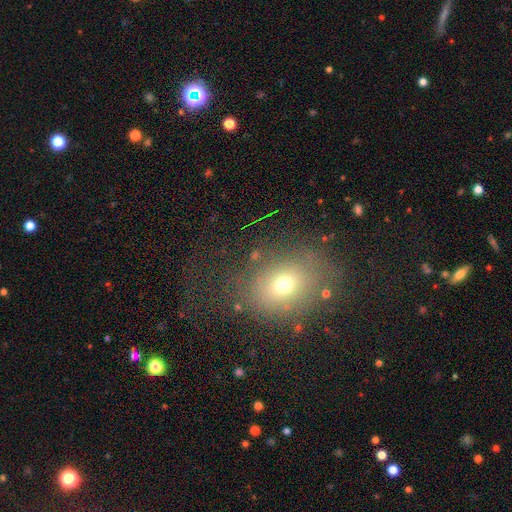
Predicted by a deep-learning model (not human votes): Smooth or featured? Predicted: smooth (p=0.64). How rounded? Predicted: in between (p=0.50). Merging? Predicted: none (p=0.60).